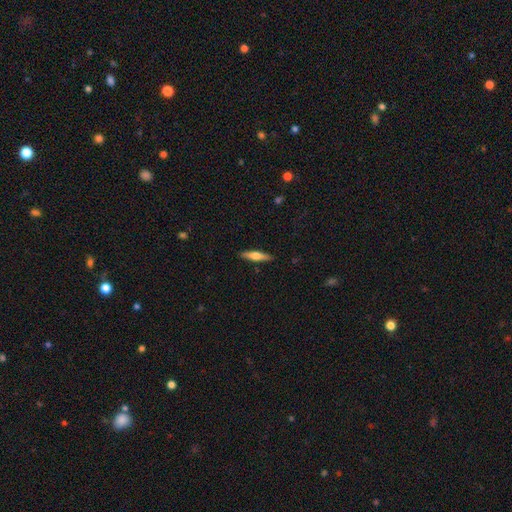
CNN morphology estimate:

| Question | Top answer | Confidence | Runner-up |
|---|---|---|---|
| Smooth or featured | smooth | 54% | featured or disk (40%) |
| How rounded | cigar-shaped | 81% | in between (18%) |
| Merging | none | 89% | minor disturbance (8%) |